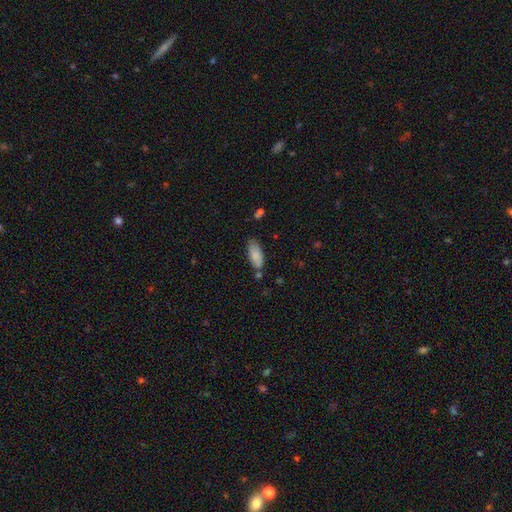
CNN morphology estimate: Overall: smooth (85%). How rounded: in between (82%). Merging: none (69%).